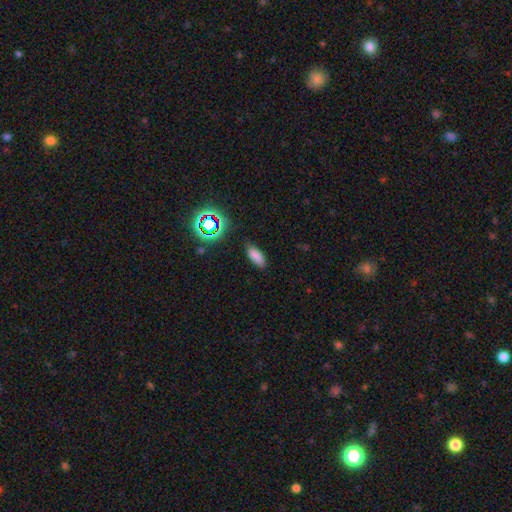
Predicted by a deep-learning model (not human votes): The model was most divided on "how rounded": in between: 77%, cigar-shaped: 20%, round: 3%. More confident: merging — none (82%); smooth or featured — smooth (76%).